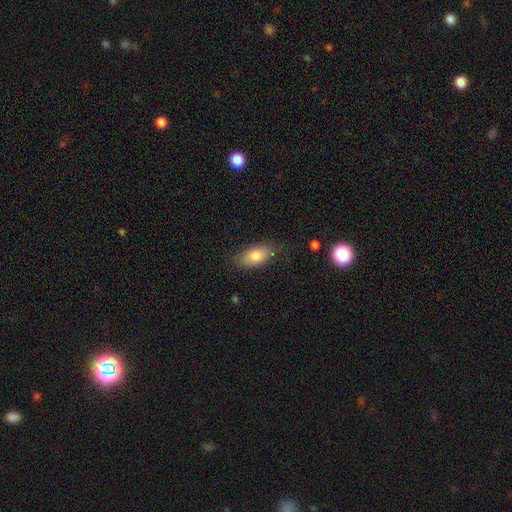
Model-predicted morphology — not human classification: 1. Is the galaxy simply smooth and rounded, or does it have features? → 78% smooth, 14% featured or disk, 7% star or artifact.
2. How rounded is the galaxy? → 88% in between, 7% cigar-shaped, 5% round.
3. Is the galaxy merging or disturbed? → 78% none, 17% minor disturbance, 4% major disturbance, 2% merger.